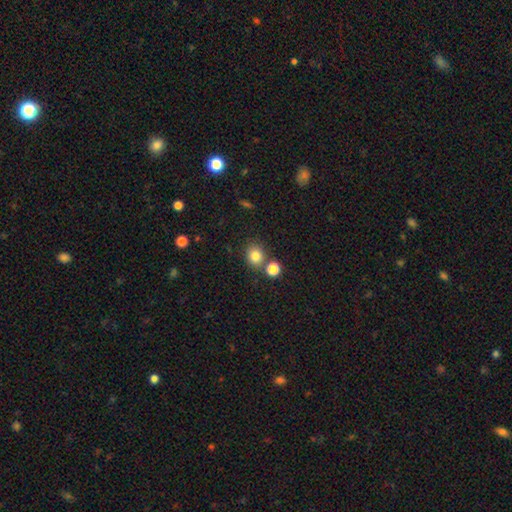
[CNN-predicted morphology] This appears to be a smooth galaxy with no disk features (82%) that is round (72%). Merging: none (70%).